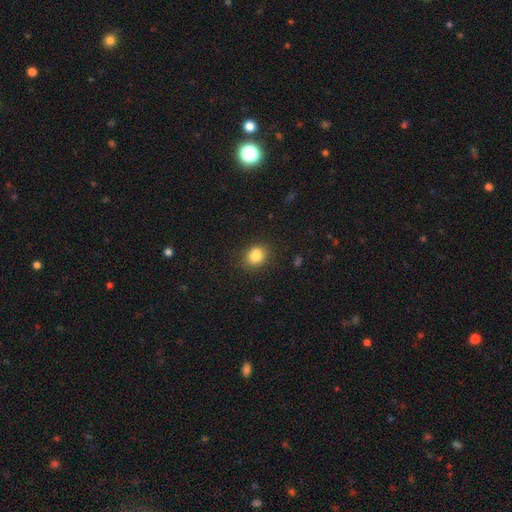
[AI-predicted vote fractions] Smooth or featured: smooth — 83% (star or artifact — 10%)
How rounded: round — 57% (in between — 42%)
Merging: none — 80% (minor disturbance — 14%)